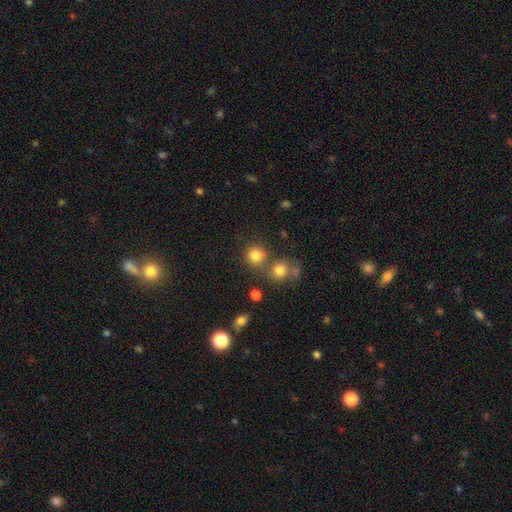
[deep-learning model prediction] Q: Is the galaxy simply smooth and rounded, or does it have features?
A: smooth — 81%.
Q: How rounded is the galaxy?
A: round — 88%.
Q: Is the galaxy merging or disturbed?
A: none — 63%.